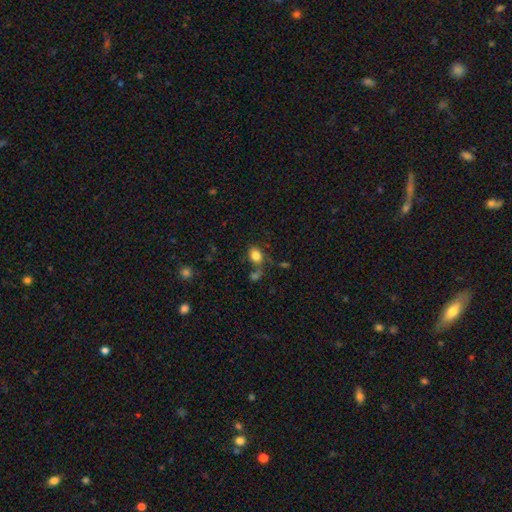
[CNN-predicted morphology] Overall: smooth (83%). How rounded: in between (58%; round 41%). Merging: none (59%).